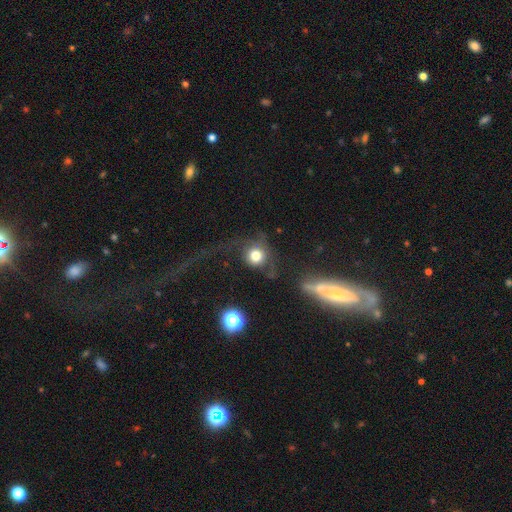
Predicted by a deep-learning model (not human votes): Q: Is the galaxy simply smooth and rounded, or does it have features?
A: smooth — 70%.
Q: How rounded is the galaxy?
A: round — 88%.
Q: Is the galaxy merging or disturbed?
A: none — 40%.